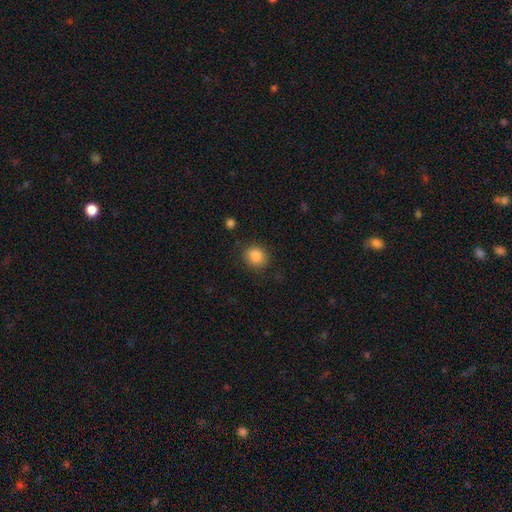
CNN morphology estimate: A smooth galaxy with no disk features (86%) that is round (77%). Merging: none (86%).